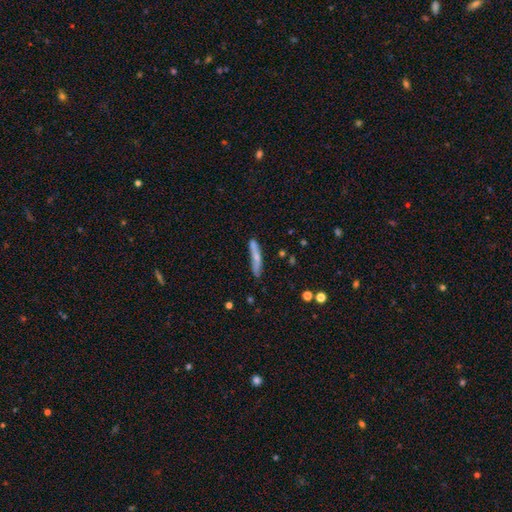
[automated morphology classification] smooth 62%, featured or disk 31%, star or artifact 7%. Down the decision tree: how rounded — cigar-shaped (90%); merging — none (71%).